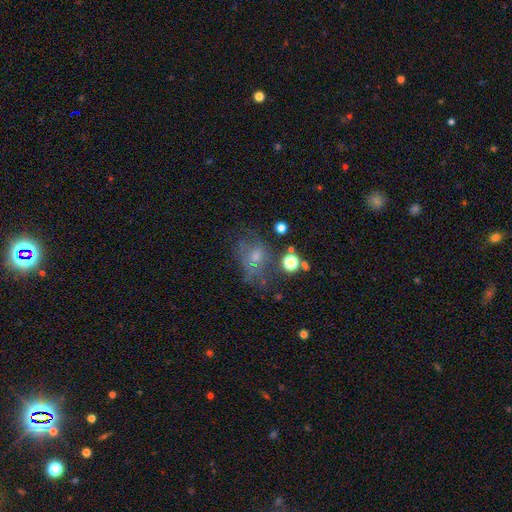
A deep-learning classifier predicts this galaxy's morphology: type=smooth (41%); merging=none (44%).